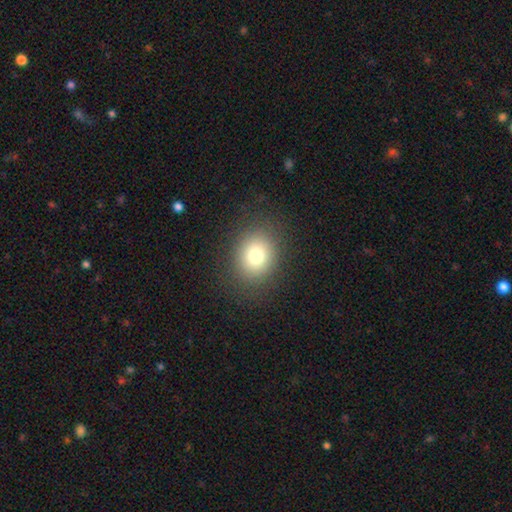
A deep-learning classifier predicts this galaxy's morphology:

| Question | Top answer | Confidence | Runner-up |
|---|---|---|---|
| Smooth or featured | smooth | 77% | star or artifact (13%) |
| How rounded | round | 62% | in between (37%) |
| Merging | none | 87% | minor disturbance (8%) |